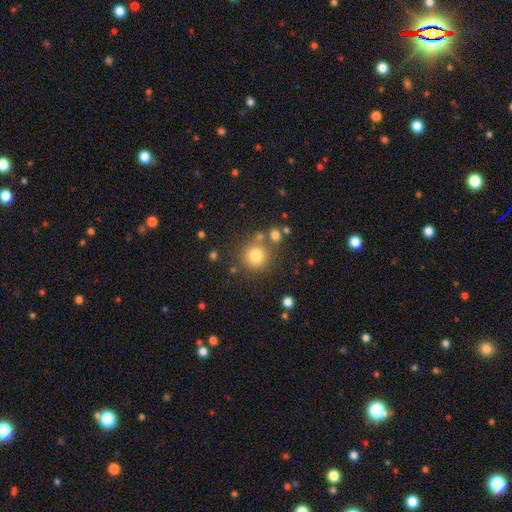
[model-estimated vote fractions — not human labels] A smooth galaxy with no disk features (78%) that is round (93%).

Vote fractions:
- Smooth or featured? smooth: 78% / star or artifact: 13% / featured or disk: 9%
- How rounded? round: 93% / in between: 6% / cigar-shaped: 1%
- Merging? none: 74% / merger: 12% / minor disturbance: 10% / major disturbance: 4%